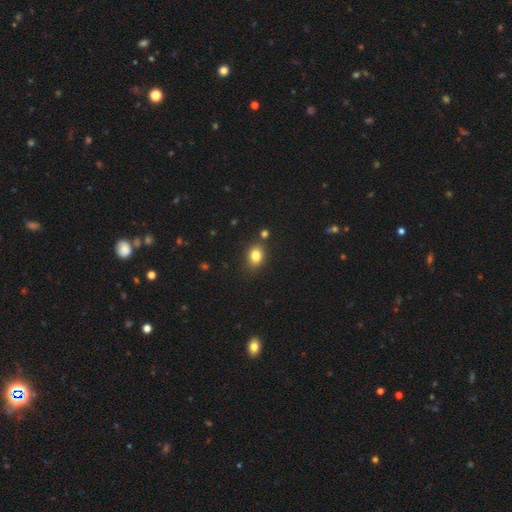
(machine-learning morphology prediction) A smooth galaxy with no disk features (81%) that is in between round and cigar-shaped (57%). Merging: none (80%).